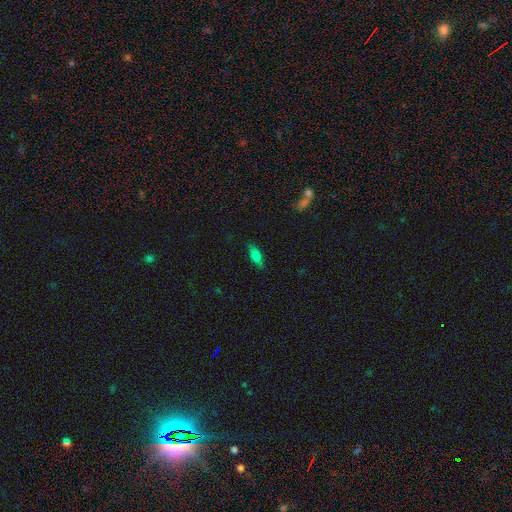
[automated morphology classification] Smooth or featured?
  - smooth: 72% *
  - featured or disk: 19%
  - star or artifact: 9%
How rounded?
  - in between: 62% *
  - cigar-shaped: 35%
  - round: 3%
Merging?
  - none: 84% *
  - minor disturbance: 12%
  - major disturbance: 3%
  - merger: 1%